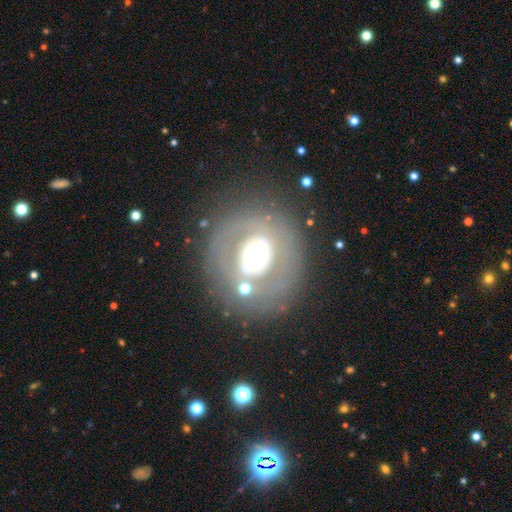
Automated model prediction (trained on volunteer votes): featured or disk 47%, smooth 40%, star or artifact 13%. Down the decision tree: merging — none (74%).